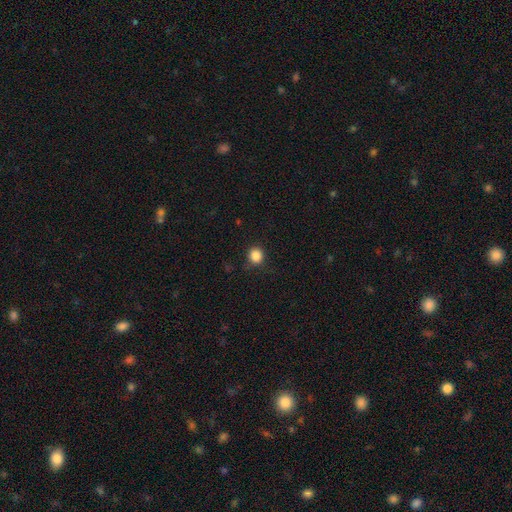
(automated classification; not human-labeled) Morphology: type=smooth (86%); roundness=round (90%); merging=none (86%).